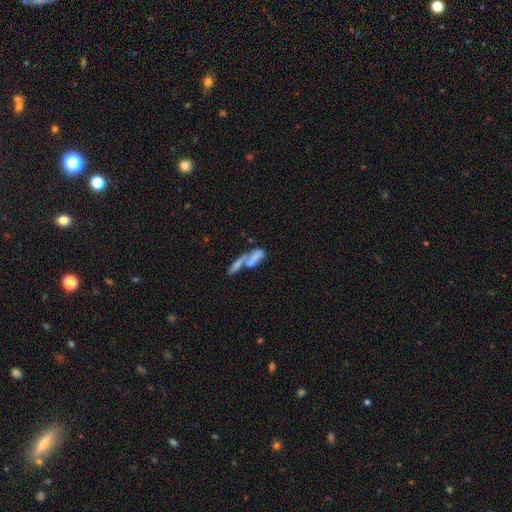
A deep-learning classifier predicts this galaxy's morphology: smooth 54%, featured or disk 34%, star or artifact 12%. Down the decision tree: how rounded — cigar-shaped (52%); merging — merger (59%).